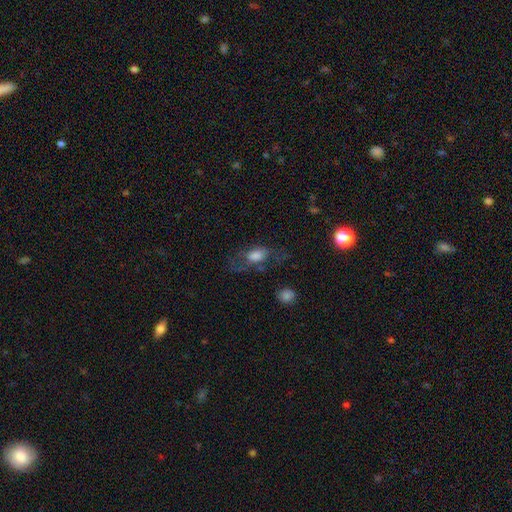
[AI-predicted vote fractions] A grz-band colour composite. It shows a smooth galaxy with no disk features (53%) that is in between round and cigar-shaped (78%). Merging: none (50%).